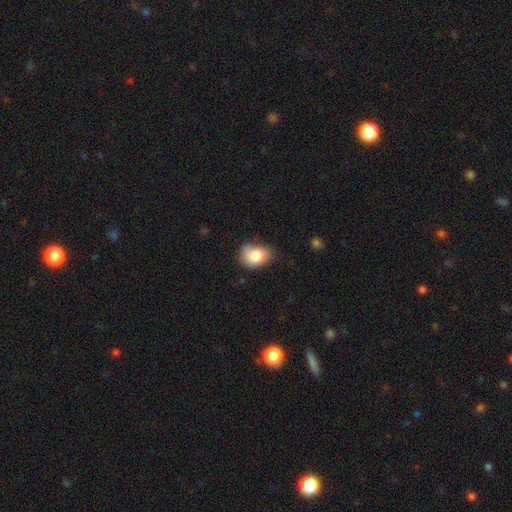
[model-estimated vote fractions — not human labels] smooth_or_featured: smooth (p=0.80) [alt: featured or disk p=0.11]
how_rounded: in between (p=0.68) [alt: round p=0.31]
merging: none (p=0.52) [alt: minor disturbance p=0.34]